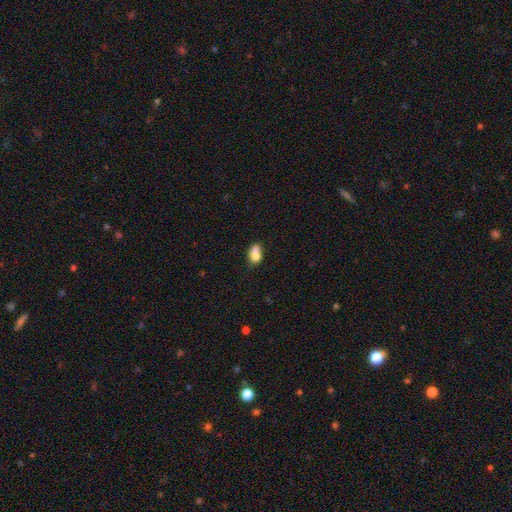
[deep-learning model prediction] A smooth galaxy with no disk features (73%) that is in between round and cigar-shaped (68%).

Vote fractions:
- Smooth or featured? smooth: 73% / featured or disk: 17% / star or artifact: 10%
- How rounded? in between: 68% / round: 30% / cigar-shaped: 2%
- Merging? merger: 47% / none: 30% / minor disturbance: 16% / major disturbance: 7%